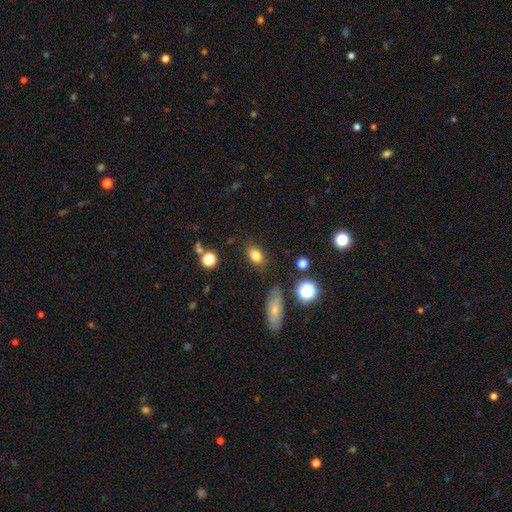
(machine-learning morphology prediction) Smooth or featured: smooth — 80% (star or artifact — 11%)
How rounded: in between — 79% (round — 18%)
Merging: none — 81% (minor disturbance — 13%)